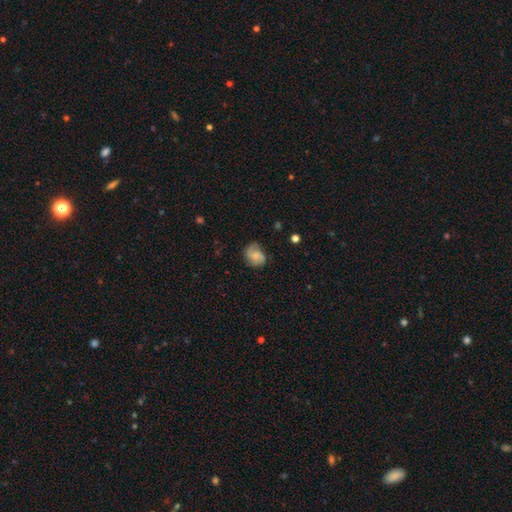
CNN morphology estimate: A featured or disk galaxy (56%) with no bar (66%), spiral arms (91%) and a small central bulge (48%).

Vote fractions:
- Smooth or featured? featured or disk: 56% / smooth: 36% / star or artifact: 8%
- Edge-on disk? no: 98% / yes: 2%
- Bar? no: 66% / weak: 30% / strong: 4%
- Spiral arms? yes: 91% / no: 9%
- Bulge size? small: 48% / moderate: 32% / none: 16% / large: 3% / dominant: 1%
- Merging? none: 66% / minor disturbance: 24% / major disturbance: 9% / merger: 1%